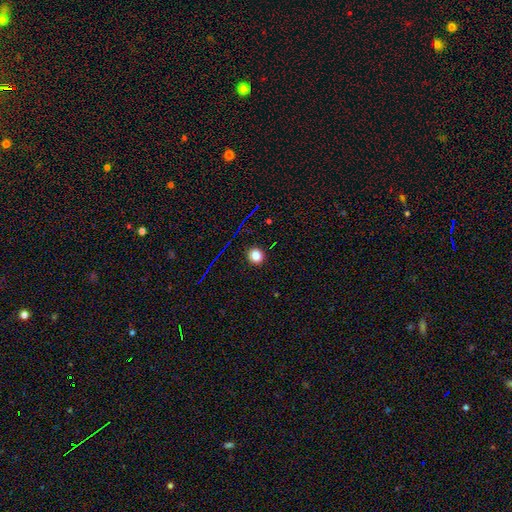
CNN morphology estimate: This is clearly a smooth galaxy (81%). How rounded: likely round (78%). Merging: clearly none (91%).